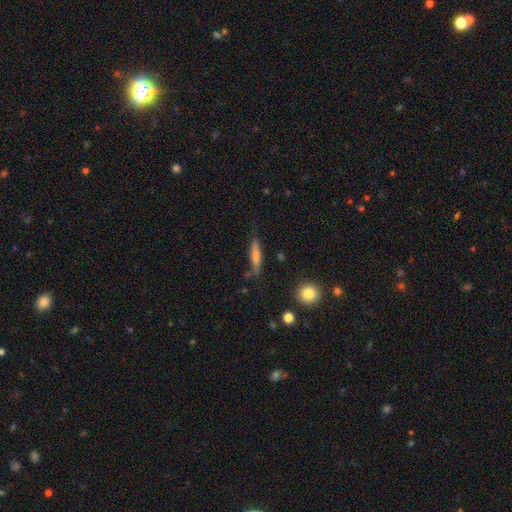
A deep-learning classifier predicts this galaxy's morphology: smooth_or_featured: smooth (p=0.59) [alt: featured or disk p=0.34]
how_rounded: cigar-shaped (p=0.87) [alt: in between p=0.11]
merging: none (p=0.75) [alt: minor disturbance p=0.18]